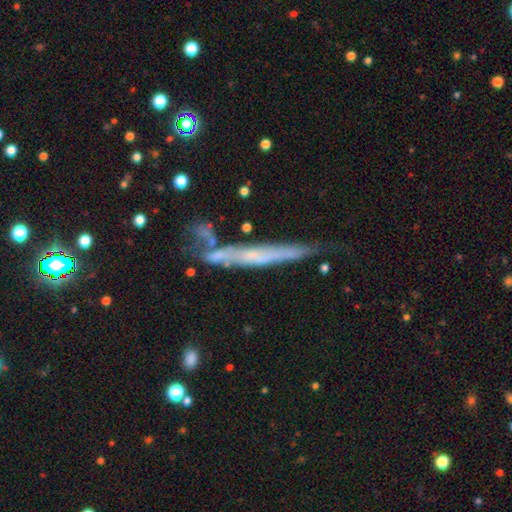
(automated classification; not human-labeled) The model was most divided on "smooth or featured": featured or disk: 53%, smooth: 37%, star or artifact: 10%. More confident: edge-on disk — yes (89%); merging — none (65%).